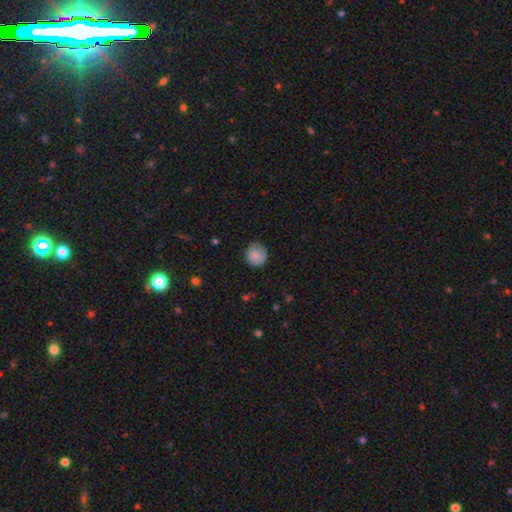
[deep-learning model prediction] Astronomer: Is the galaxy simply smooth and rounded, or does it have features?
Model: smooth — 82%.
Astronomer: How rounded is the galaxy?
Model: round — 90%.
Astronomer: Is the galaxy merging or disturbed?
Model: none — 77%.